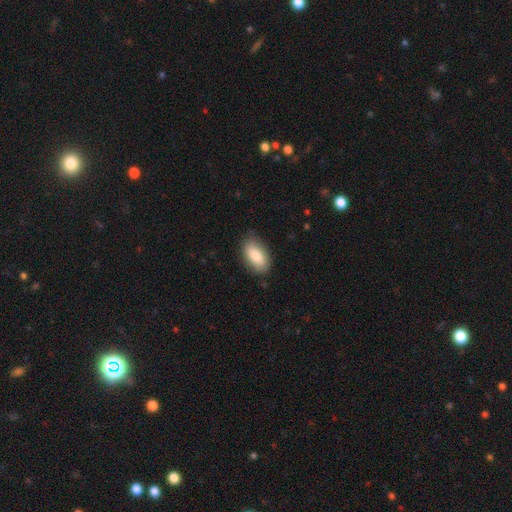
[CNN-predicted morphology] smooth-or-featured: smooth: 79% | featured or disk: 14% | star or artifact: 6%
  how-rounded: in between: 92% | round: 5% | cigar-shaped: 3%
  merging: none: 81% | minor disturbance: 15% | major disturbance: 3% | merger: 1%